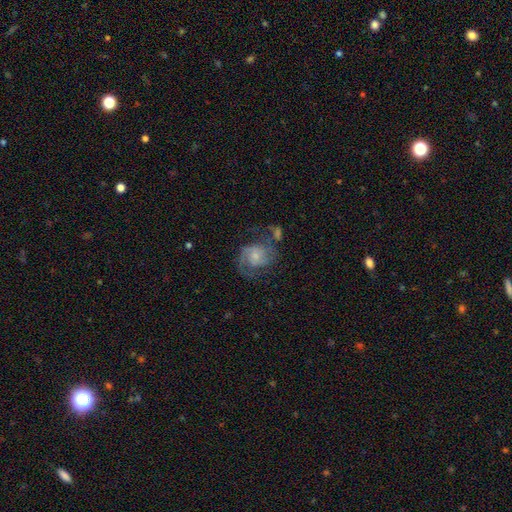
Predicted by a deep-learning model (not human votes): This appears to be a featured or disk galaxy (74%) with no bar (66%), 2 (69%) medium (47%) spiral arms (90%) and a small central bulge (49%). Merging: none (43%).